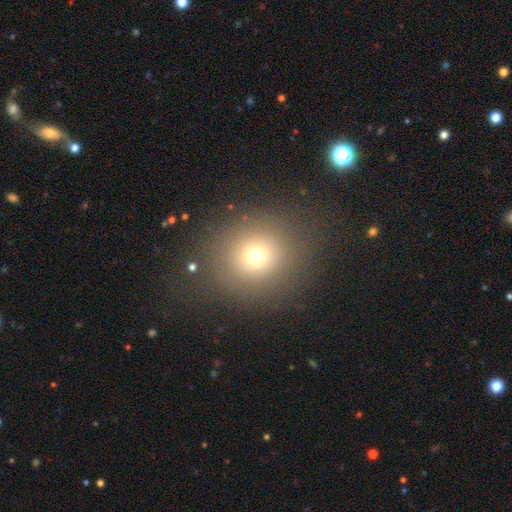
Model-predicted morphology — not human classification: This is likely a smooth galaxy (69%). How rounded: clearly round (88%). Merging: clearly none (85%).